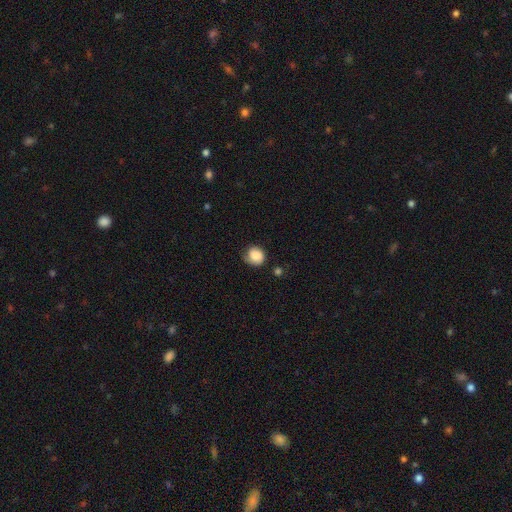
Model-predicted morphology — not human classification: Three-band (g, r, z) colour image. It shows a smooth galaxy with no disk features (76%) that is round (77%). Merging: none (59%).